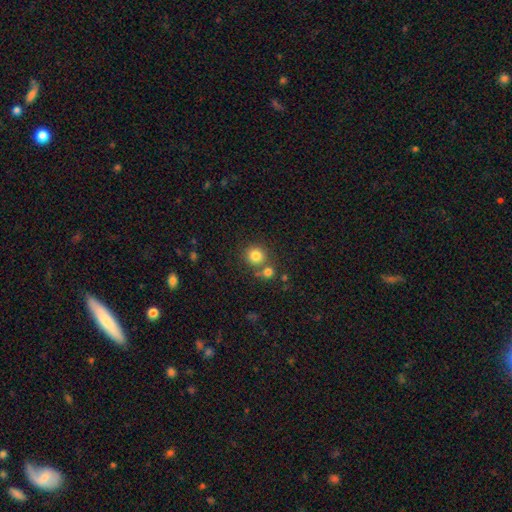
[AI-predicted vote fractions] smooth 81%, star or artifact 12%, featured or disk 7%. Down the decision tree: how rounded — round (91%); merging — none (67%).